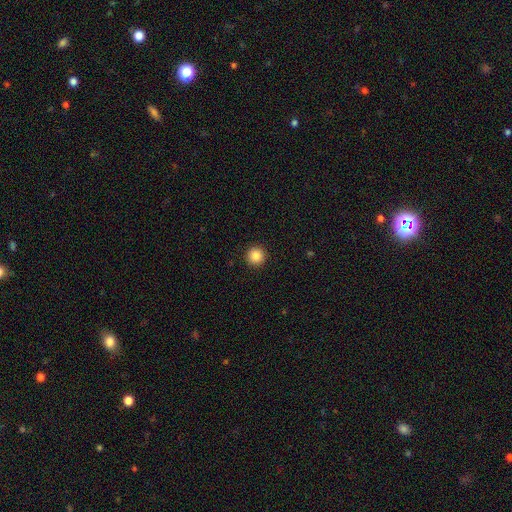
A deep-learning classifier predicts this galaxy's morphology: Smooth or featured?
  - smooth: 86% *
  - star or artifact: 10%
  - featured or disk: 4%
How rounded?
  - round: 96% *
  - in between: 3%
  - cigar-shaped: 1%
Merging?
  - none: 93% *
  - minor disturbance: 4%
  - major disturbance: 2%
  - merger: 1%